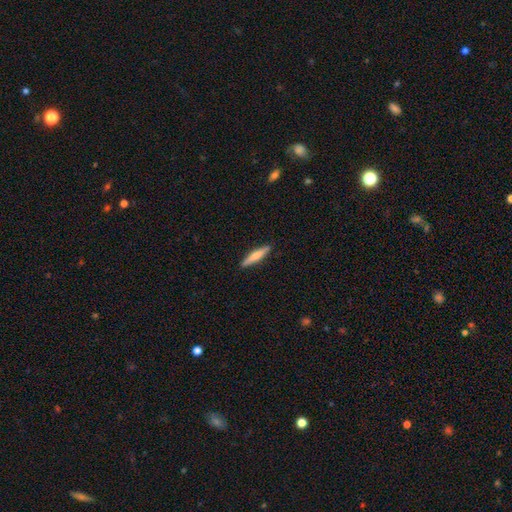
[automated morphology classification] A smooth galaxy with no disk features (57%) that is cigar-shaped (89%).

Vote fractions:
- Smooth or featured? smooth: 57% / featured or disk: 37% / star or artifact: 5%
- How rounded? cigar-shaped: 89% / in between: 9% / round: 2%
- Merging? none: 90% / minor disturbance: 7% / major disturbance: 1% / merger: 1%